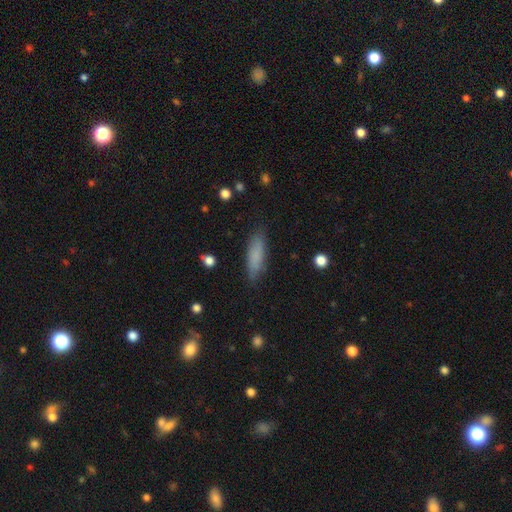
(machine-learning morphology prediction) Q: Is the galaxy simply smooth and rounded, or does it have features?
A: smooth — 81%.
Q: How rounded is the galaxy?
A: cigar-shaped — 60%.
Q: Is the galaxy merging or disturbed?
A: none — 83%.